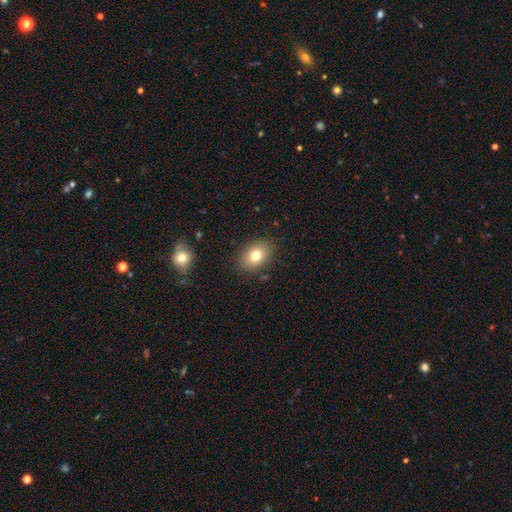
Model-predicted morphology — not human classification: type=smooth (78%); roundness=in between (74%); merging=none (86%).